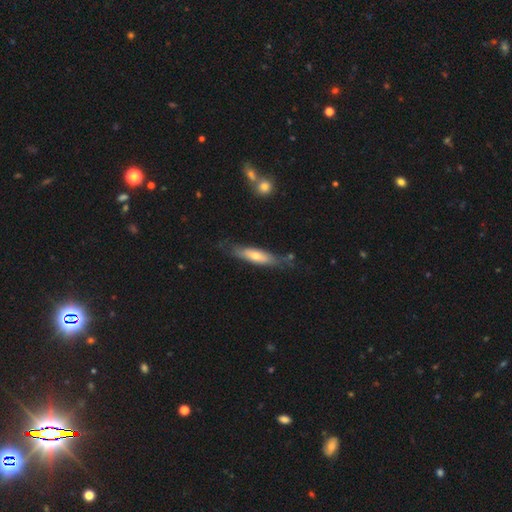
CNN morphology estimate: Overall: smooth (53%; featured or disk 41%). How rounded: cigar-shaped (71%). Merging: none (70%).